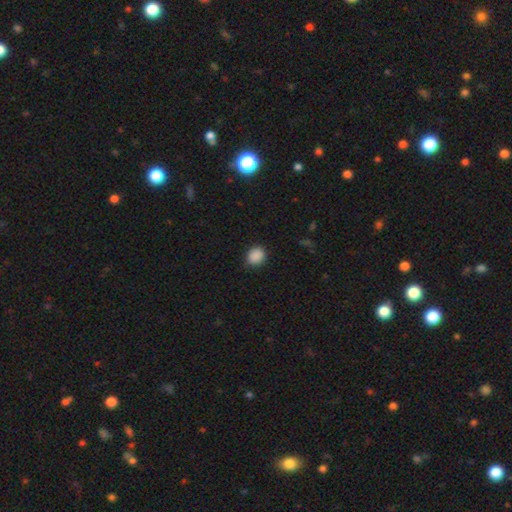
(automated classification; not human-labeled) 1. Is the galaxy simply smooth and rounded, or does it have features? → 89% smooth, 9% star or artifact, 3% featured or disk.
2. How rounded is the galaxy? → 77% round, 22% in between, 1% cigar-shaped.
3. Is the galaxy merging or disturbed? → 85% none, 11% minor disturbance, 3% major disturbance, 1% merger.